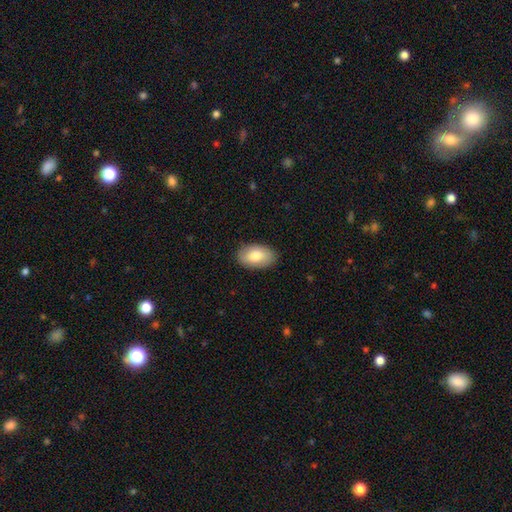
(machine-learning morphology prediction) Smooth or featured: smooth — 80% (featured or disk — 14%)
How rounded: in between — 93% (round — 5%)
Merging: none — 87% (minor disturbance — 10%)